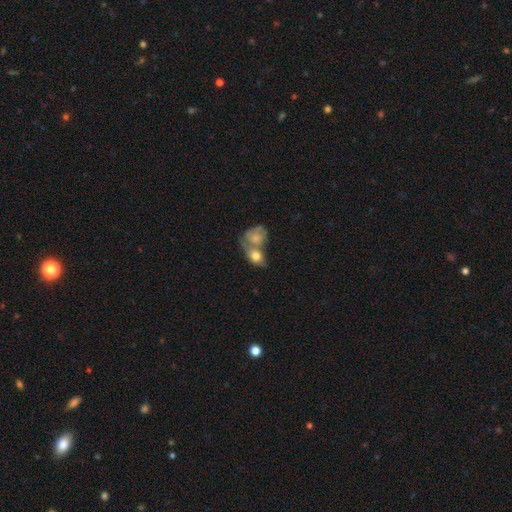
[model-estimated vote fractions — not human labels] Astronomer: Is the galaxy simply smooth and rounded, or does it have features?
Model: smooth — 68%.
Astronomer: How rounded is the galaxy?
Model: in between — 55% (runner-up: round, 42%).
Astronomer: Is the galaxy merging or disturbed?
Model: merger — 65%.